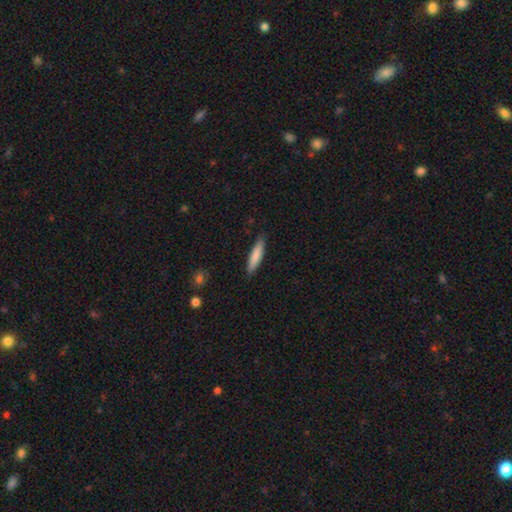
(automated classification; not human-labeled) Smooth or featured? Predicted: smooth (p=0.80). How rounded? Predicted: cigar-shaped (p=0.84). Merging? Predicted: none (p=0.87).